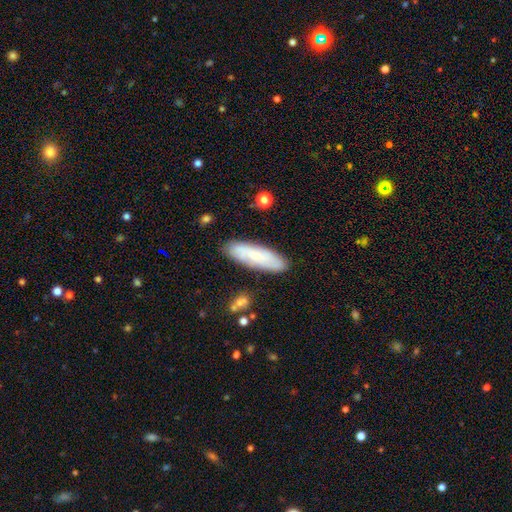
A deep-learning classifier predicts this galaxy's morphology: Q: Smooth or featured?
A: smooth (68%); runner-up: featured or disk (25%)
Q: How rounded?
A: cigar-shaped (60%); runner-up: in between (39%)
Q: Merging?
A: none (85%); runner-up: minor disturbance (11%)